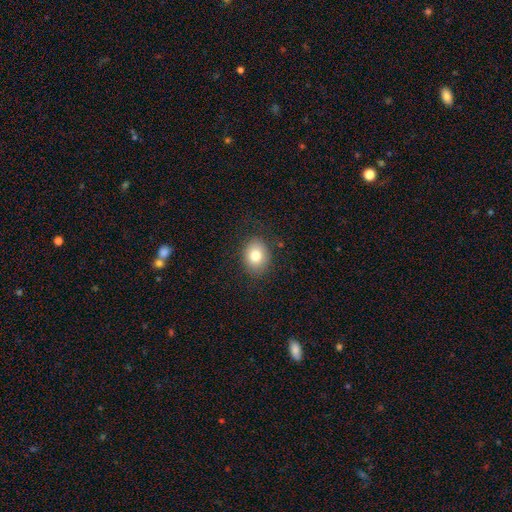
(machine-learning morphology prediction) Overall: smooth (79%). How rounded: in between (51%; round 48%). Merging: none (85%).